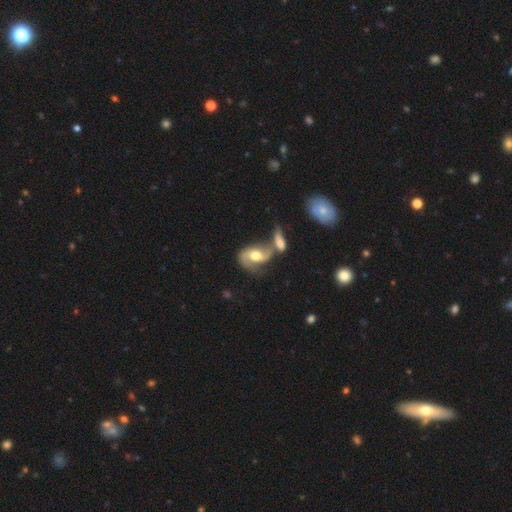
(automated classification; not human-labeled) Smooth or featured?
  - featured or disk: 77% *
  - smooth: 17%
  - star or artifact: 6%
Edge-on disk?
  - no: 96% *
  - yes: 4%
Bar?
  - no: 47% *
  - weak: 38%
  - strong: 14%
Spiral arms?
  - yes: 92% *
  - no: 8%
Spiral winding?
  - loose: 45% *
  - medium: 42%
  - tight: 14%
Spiral arm count?
  - 2: 86% *
  - can't tell: 5%
  - 1: 5%
  - 3: 1%
  - 4: 1%
  - more than 4: 1%
Bulge size?
  - moderate: 71% *
  - large: 15%
  - small: 12%
  - none: 1%
  - dominant: 1%
Merging?
  - merger: 52% *
  - none: 27%
  - minor disturbance: 12%
  - major disturbance: 9%